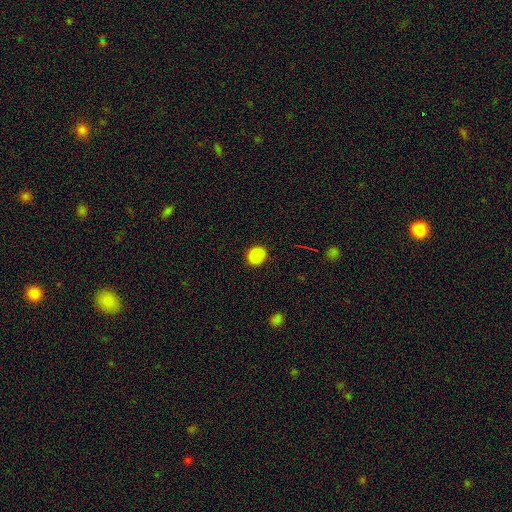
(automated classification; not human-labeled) smooth-or-featured: smooth: 85% | star or artifact: 10% | featured or disk: 5%
  how-rounded: round: 73% | in between: 26% | cigar-shaped: 1%
  merging: none: 80% | minor disturbance: 15% | major disturbance: 4% | merger: 1%